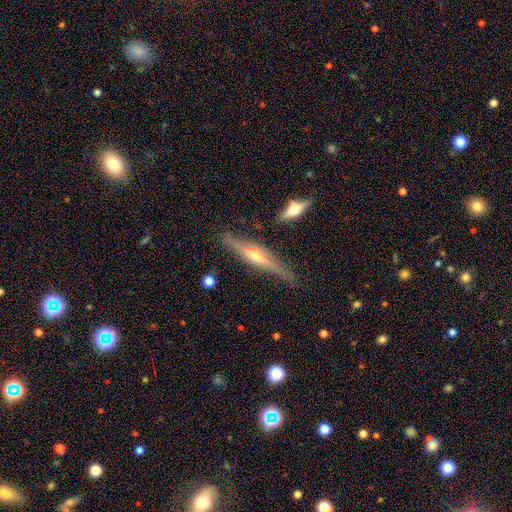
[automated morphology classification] A featured or disk galaxy (74%) viewed edge-on (96%) with a rounded central bulge (82%). Merging: none (80%).